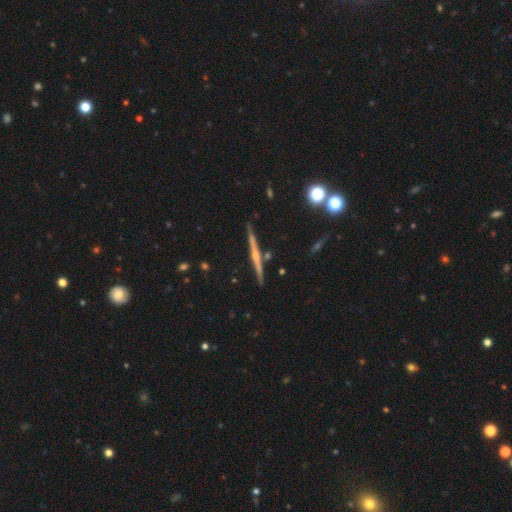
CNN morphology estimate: Overall: featured or disk (74%). Edge-on disk: yes (98%). Edge-on bulge: rounded (67%). Merging: none (88%).